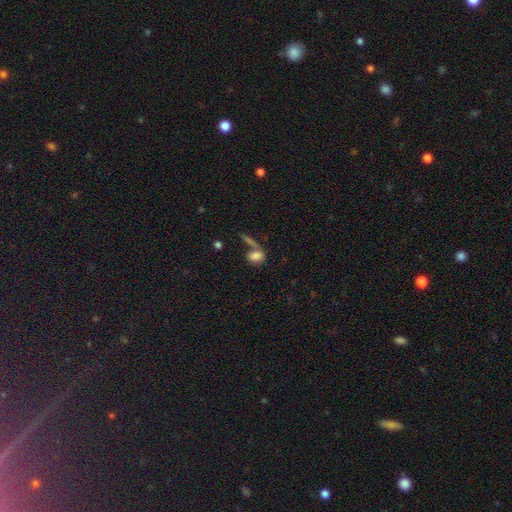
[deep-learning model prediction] A smooth galaxy with no disk features (80%) that is in between round and cigar-shaped (60%).

Vote fractions:
- Smooth or featured? smooth: 80% / featured or disk: 11% / star or artifact: 10%
- How rounded? in between: 60% / round: 35% / cigar-shaped: 5%
- Merging? none: 44% / merger: 33% / minor disturbance: 13% / major disturbance: 10%